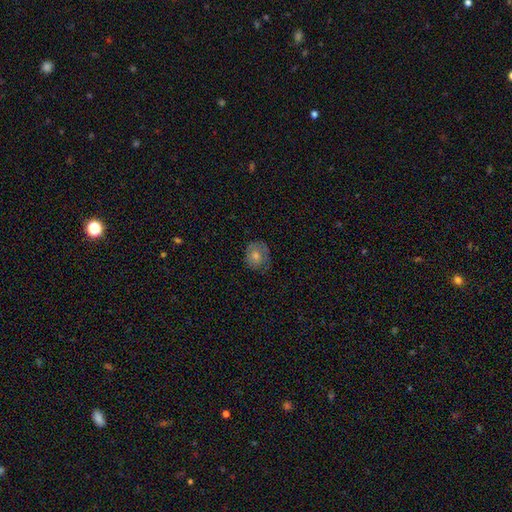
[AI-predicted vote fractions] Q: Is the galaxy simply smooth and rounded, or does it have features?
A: smooth — 45%.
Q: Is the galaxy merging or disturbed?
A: none — 73%.